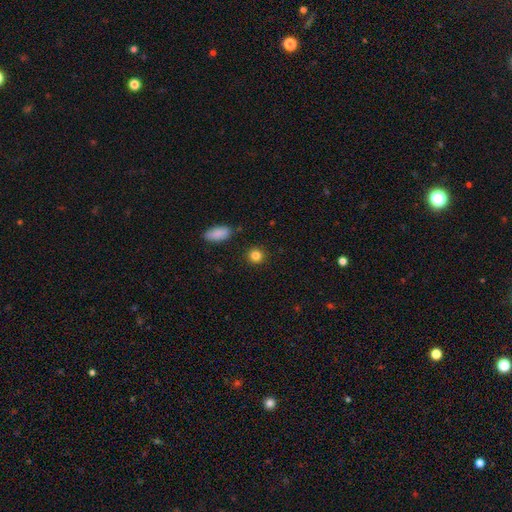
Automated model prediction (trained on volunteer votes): The model was most divided on "smooth or featured": smooth: 85%, star or artifact: 11%, featured or disk: 5%. More confident: merging — none (90%); how rounded — round (88%).